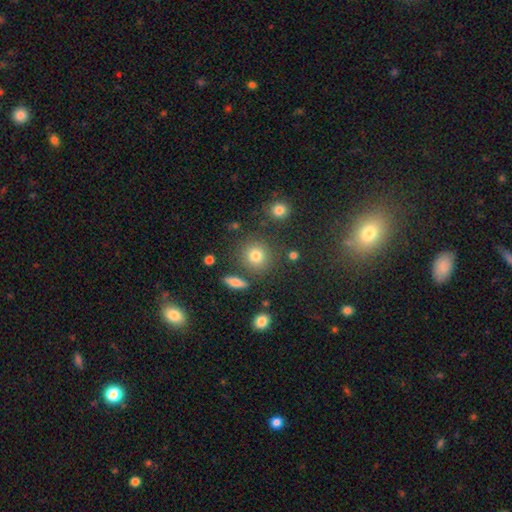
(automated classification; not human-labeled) Smooth or featured? smooth (78%)
How rounded? round (87%)
Merging? none (81%)